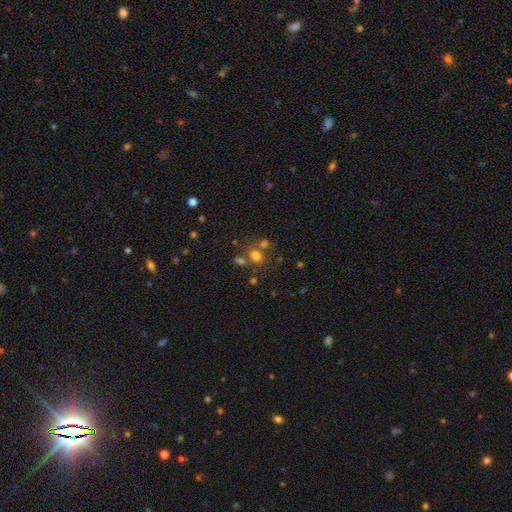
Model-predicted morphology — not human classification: Smooth or featured?
  - smooth: 72% *
  - star or artifact: 18%
  - featured or disk: 11%
How rounded?
  - round: 57% *
  - in between: 42%
  - cigar-shaped: 1%
Merging?
  - none: 58% *
  - merger: 25%
  - minor disturbance: 12%
  - major disturbance: 6%